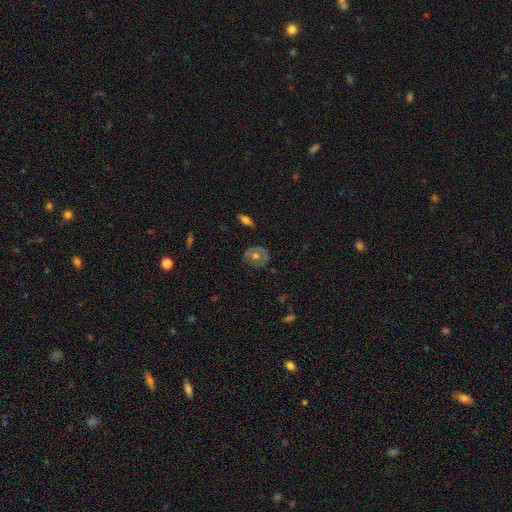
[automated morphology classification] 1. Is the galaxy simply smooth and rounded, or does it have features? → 54% featured or disk, 36% smooth, 10% star or artifact.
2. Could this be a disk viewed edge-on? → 94% no, 6% yes.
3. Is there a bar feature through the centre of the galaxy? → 84% no, 13% weak, 4% strong.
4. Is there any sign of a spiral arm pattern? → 73% no, 27% yes.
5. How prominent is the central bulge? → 74% moderate, 16% small, 7% large, 2% none, 1% dominant.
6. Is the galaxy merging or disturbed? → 79% none, 15% minor disturbance, 5% major disturbance, 2% merger.